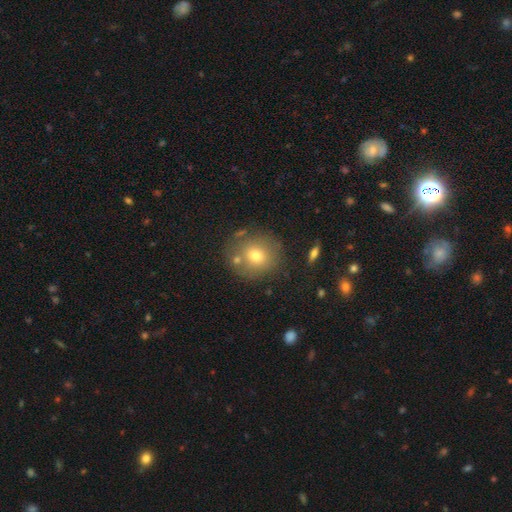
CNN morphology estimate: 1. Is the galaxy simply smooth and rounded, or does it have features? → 71% smooth, 17% featured or disk, 12% star or artifact.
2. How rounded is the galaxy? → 88% round, 11% in between, 1% cigar-shaped.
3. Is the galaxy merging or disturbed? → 75% none, 12% minor disturbance, 9% merger, 5% major disturbance.